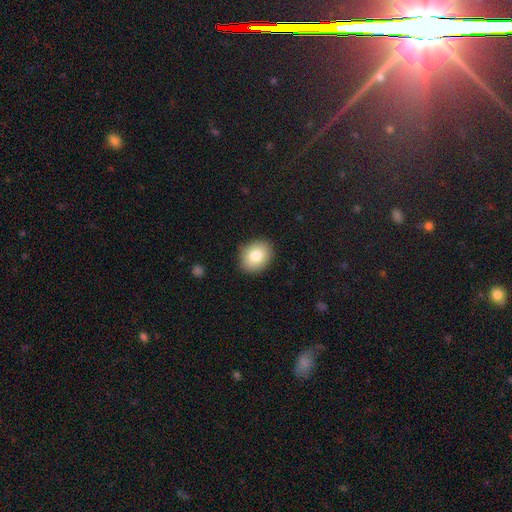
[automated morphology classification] smooth_or_featured: smooth (p=0.83) [alt: featured or disk p=0.10]
how_rounded: in between (p=0.51) [alt: round p=0.49]
merging: none (p=0.89) [alt: minor disturbance p=0.08]